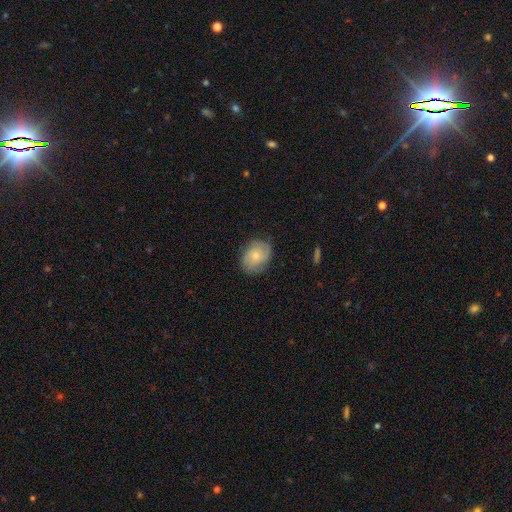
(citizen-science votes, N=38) Overall: smooth (66%; featured or disk 34%). How rounded: round (56%; in between 44%). Merging: none (79%).